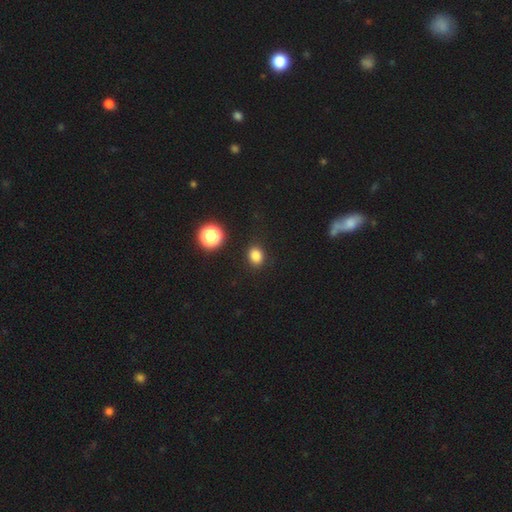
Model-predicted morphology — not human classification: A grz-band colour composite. It shows a smooth galaxy with no disk features (83%) that is round (53%). Merging: none (89%).